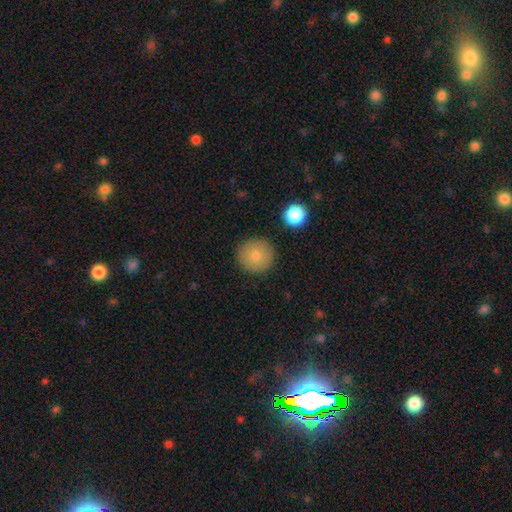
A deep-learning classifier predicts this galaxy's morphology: This is clearly a smooth galaxy (81%). How rounded: clearly round (95%). Merging: clearly none (89%).